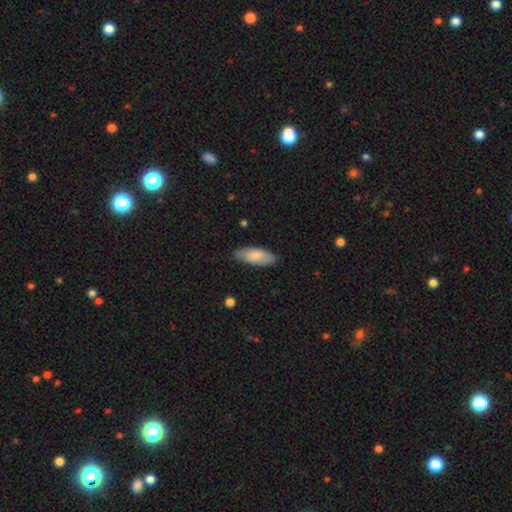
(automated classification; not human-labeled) smooth-or-featured: smooth: 80% | featured or disk: 15% | star or artifact: 6%
  how-rounded: in between: 79% | cigar-shaped: 19% | round: 2%
  merging: none: 81% | minor disturbance: 15% | major disturbance: 3% | merger: 1%